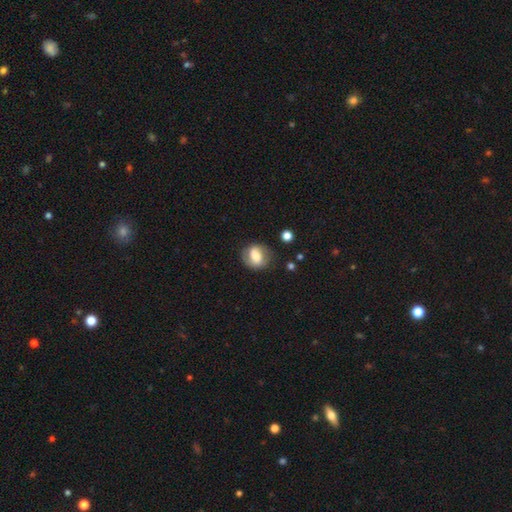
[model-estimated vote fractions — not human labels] The model was most divided on "smooth or featured": smooth: 47%, featured or disk: 45%, star or artifact: 8%. More confident: merging — none (74%).